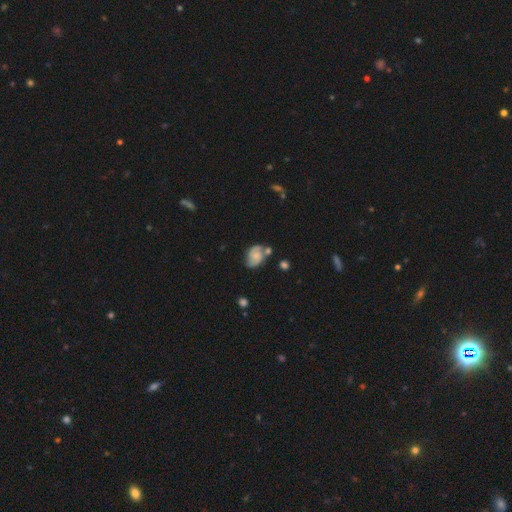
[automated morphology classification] A featured or disk galaxy (58%) with no bar (63%), spiral arms (88%) and a small central bulge (48%). Merging: none (53%).